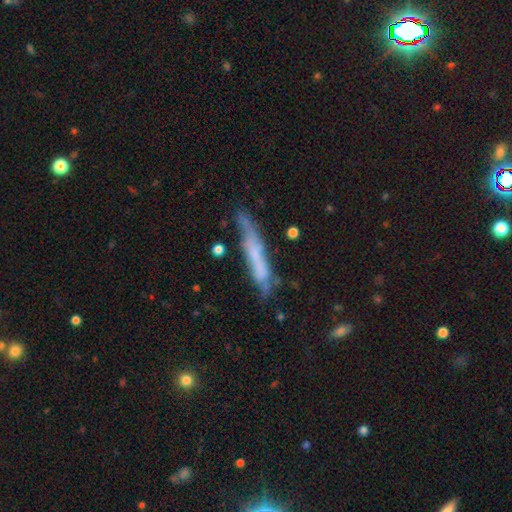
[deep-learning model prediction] Morphology: type=smooth (46%); merging=none (48%).